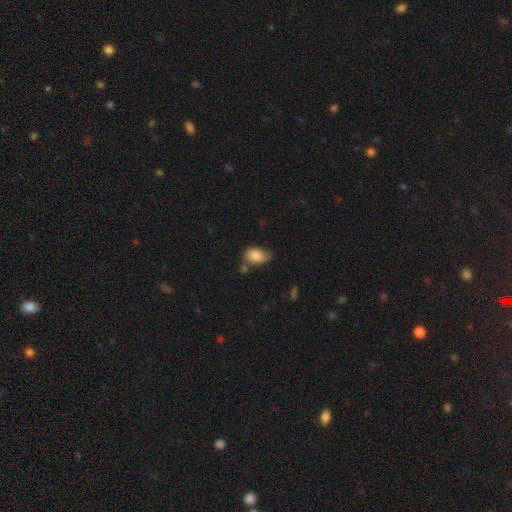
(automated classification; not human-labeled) Smooth or featured? smooth (85%)
How rounded? in between (87%)
Merging? none (57%)